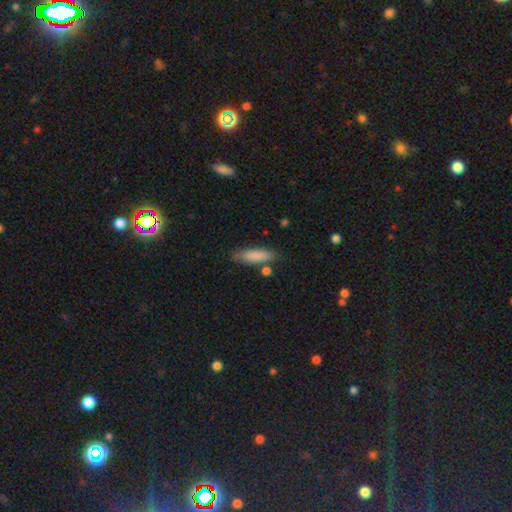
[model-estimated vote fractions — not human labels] A smooth galaxy with no disk features (85%) that is cigar-shaped (59%). Merging: none (76%).